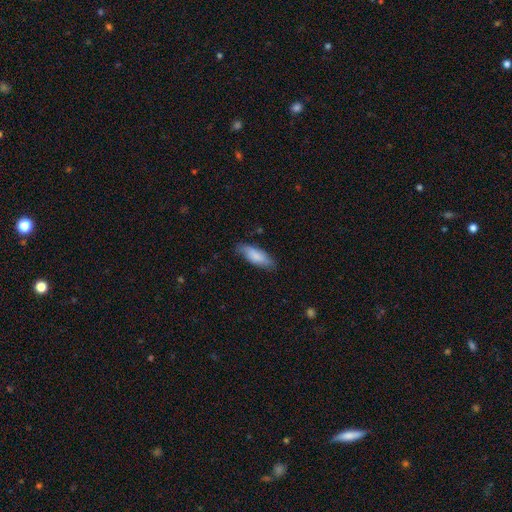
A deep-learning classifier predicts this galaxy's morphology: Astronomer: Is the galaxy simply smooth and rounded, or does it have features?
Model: smooth — 77%.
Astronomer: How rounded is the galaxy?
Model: in between — 70%.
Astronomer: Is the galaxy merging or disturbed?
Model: none — 73%.